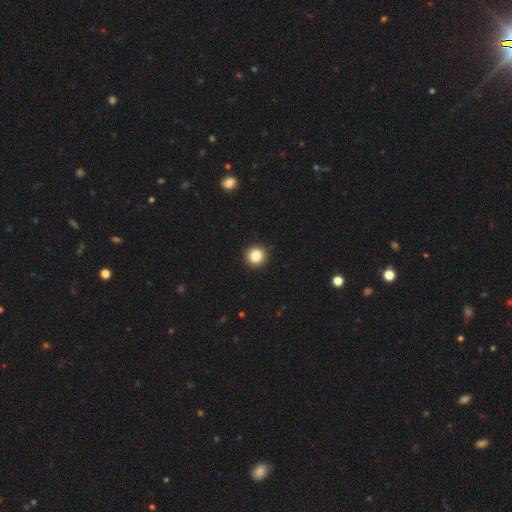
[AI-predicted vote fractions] Smooth or featured?
  - smooth: 85% *
  - star or artifact: 10%
  - featured or disk: 5%
How rounded?
  - round: 91% *
  - in between: 8%
  - cigar-shaped: 1%
Merging?
  - none: 93% *
  - minor disturbance: 5%
  - major disturbance: 2%
  - merger: 1%